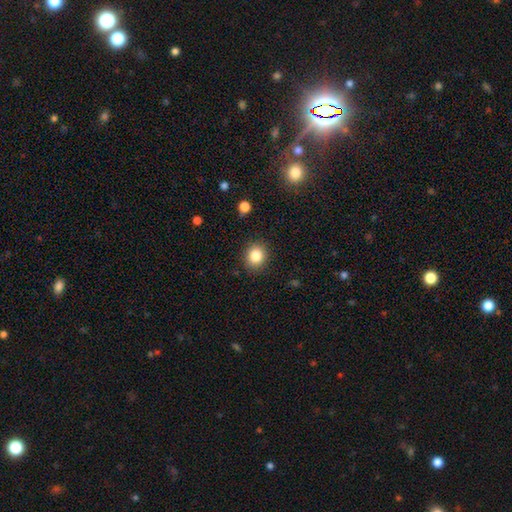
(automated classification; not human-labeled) Q: Smooth or featured?
A: smooth (84%); runner-up: star or artifact (10%)
Q: How rounded?
A: round (77%); runner-up: in between (22%)
Q: Merging?
A: none (88%); runner-up: minor disturbance (8%)